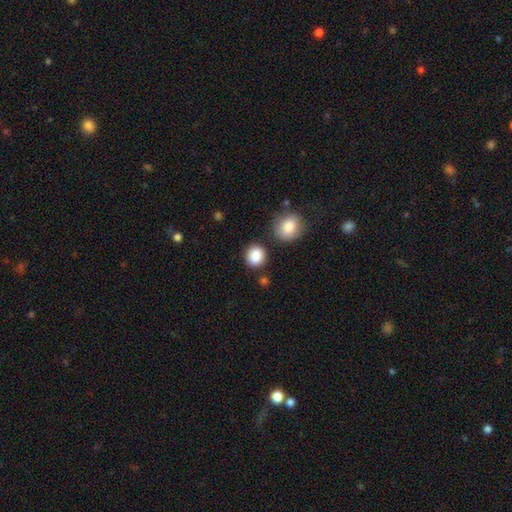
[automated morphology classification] This appears to be a smooth galaxy with no disk features (88%) that is round (80%). Merging: none (77%).